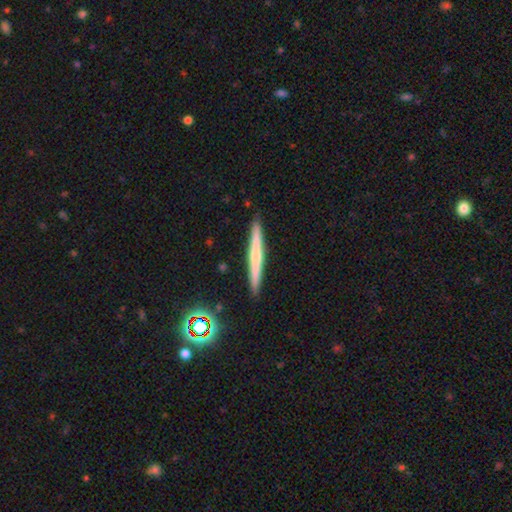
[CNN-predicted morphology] A smooth galaxy with no disk features (47%). Merging: none (91%).